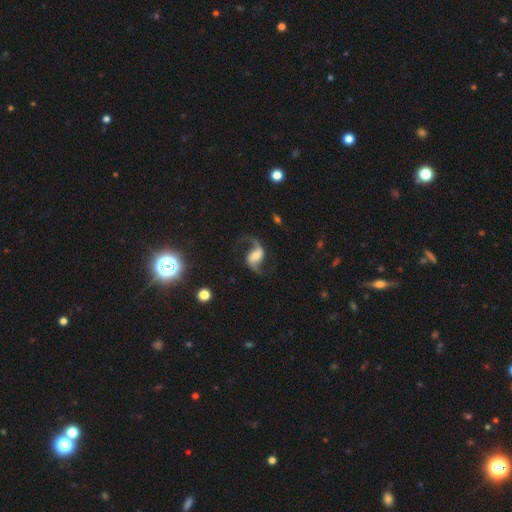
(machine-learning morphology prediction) The model was most divided on "bar": weak: 41%, no: 32%, strong: 27%. Remaining: edge-on disk — no (98%); spiral arms — yes (97%); spiral arm count — 2 (94%); smooth or featured — featured or disk (89%); merging — none (77%); spiral winding — loose (74%); bulge size — moderate (41%).